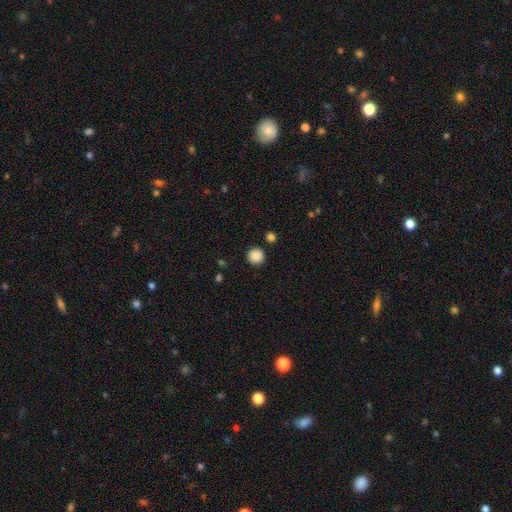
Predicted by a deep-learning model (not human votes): A smooth galaxy with no disk features (88%) that is round (94%). Merging: none (89%).